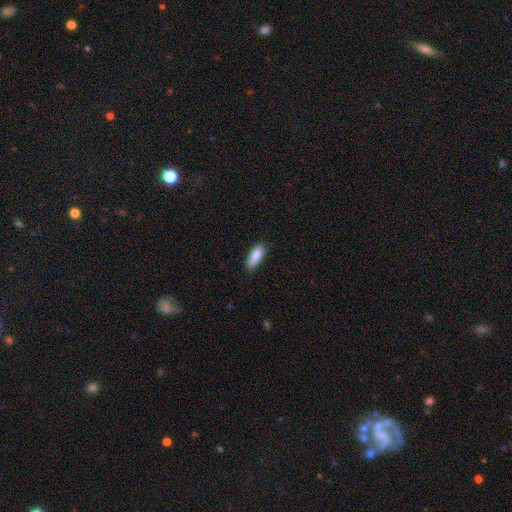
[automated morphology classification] smooth-or-featured: smooth: 87% | featured or disk: 7% | star or artifact: 6%
  how-rounded: in between: 76% | cigar-shaped: 22% | round: 2%
  merging: none: 79% | minor disturbance: 17% | major disturbance: 3% | merger: 1%